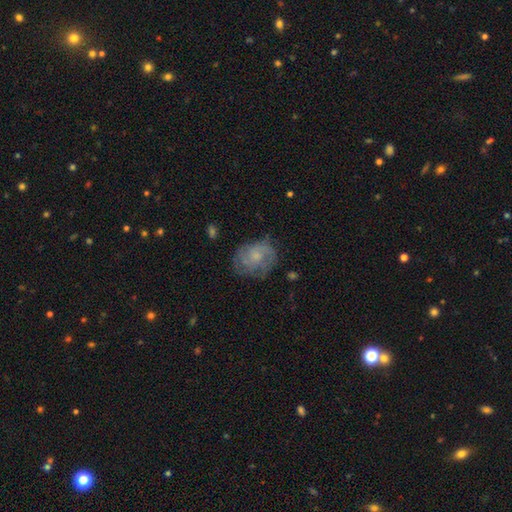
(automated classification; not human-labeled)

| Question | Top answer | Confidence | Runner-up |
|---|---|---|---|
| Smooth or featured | featured or disk | 50% | smooth (41%) |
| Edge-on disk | no | 97% | yes (3%) |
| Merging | none | 62% | minor disturbance (24%) |